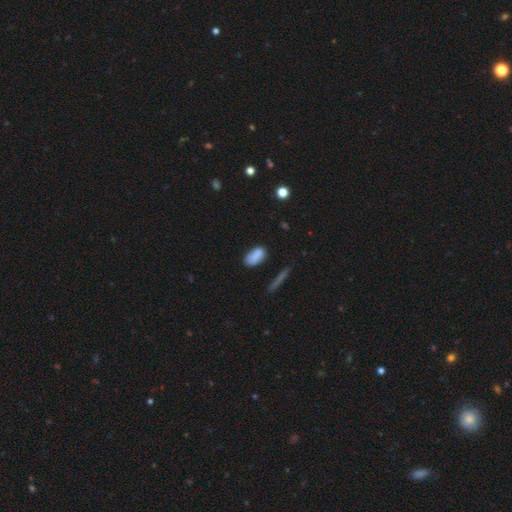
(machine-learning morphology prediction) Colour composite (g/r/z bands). It shows a smooth galaxy with no disk features (84%) that is in between round and cigar-shaped (89%). Merging: none (70%).